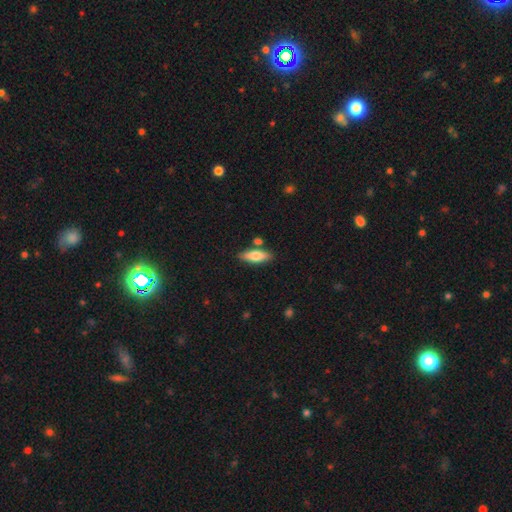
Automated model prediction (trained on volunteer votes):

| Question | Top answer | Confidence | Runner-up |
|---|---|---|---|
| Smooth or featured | smooth | 75% | featured or disk (18%) |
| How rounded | in between | 61% | cigar-shaped (37%) |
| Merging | none | 79% | minor disturbance (11%) |